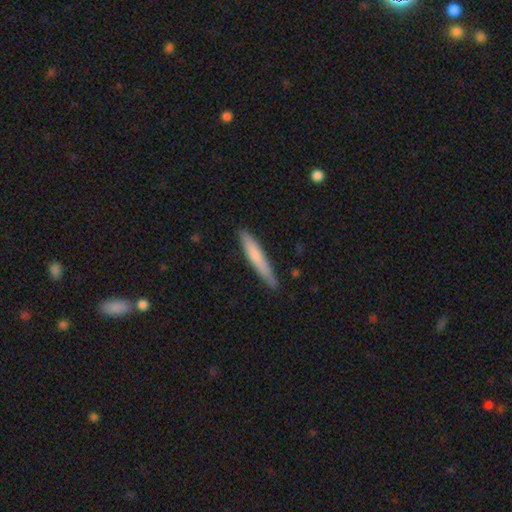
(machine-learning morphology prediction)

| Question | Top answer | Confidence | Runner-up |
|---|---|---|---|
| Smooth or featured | smooth | 71% | featured or disk (24%) |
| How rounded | cigar-shaped | 94% | in between (5%) |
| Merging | none | 82% | minor disturbance (14%) |